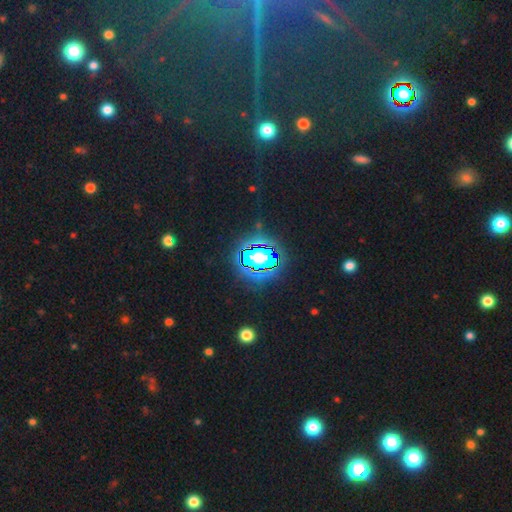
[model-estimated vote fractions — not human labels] star or artifact 82%, smooth 10%, featured or disk 8%.